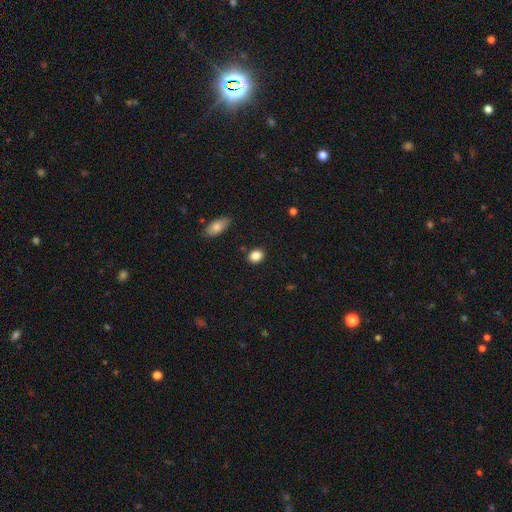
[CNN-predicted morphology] A smooth galaxy with no disk features (86%) that is round (50%). Merging: none (86%).